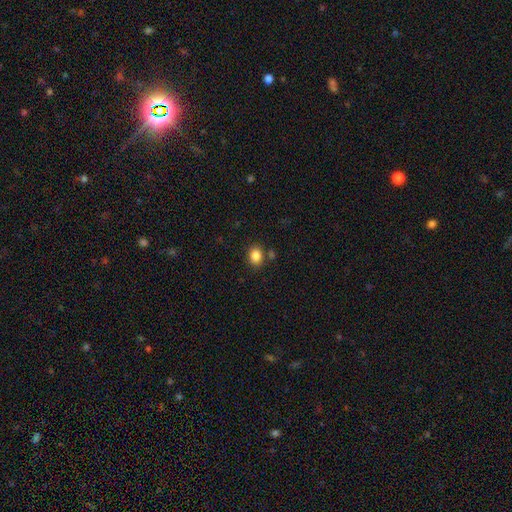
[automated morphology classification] smooth 86%, star or artifact 10%, featured or disk 4%. Down the decision tree: how rounded — in between (50%); merging — none (79%).